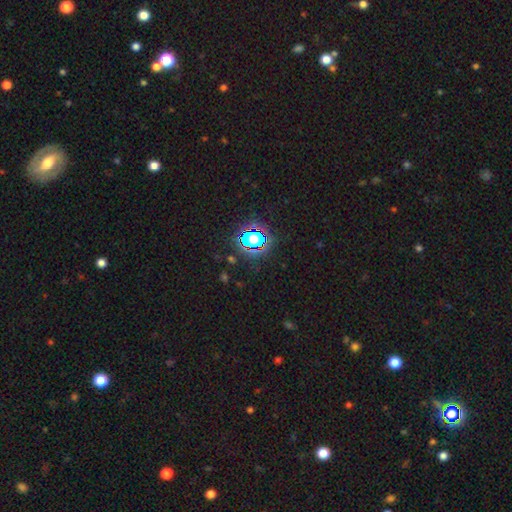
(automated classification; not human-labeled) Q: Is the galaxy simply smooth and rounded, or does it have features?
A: star or artifact — 80%.